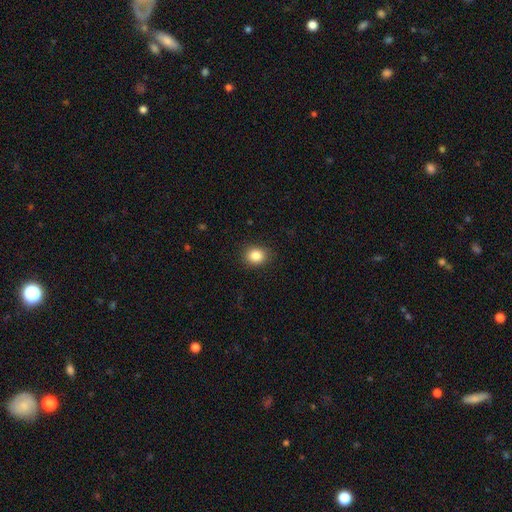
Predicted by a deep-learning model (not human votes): smooth 85%, star or artifact 10%, featured or disk 5%. Down the decision tree: how rounded — round (65%); merging — none (89%).